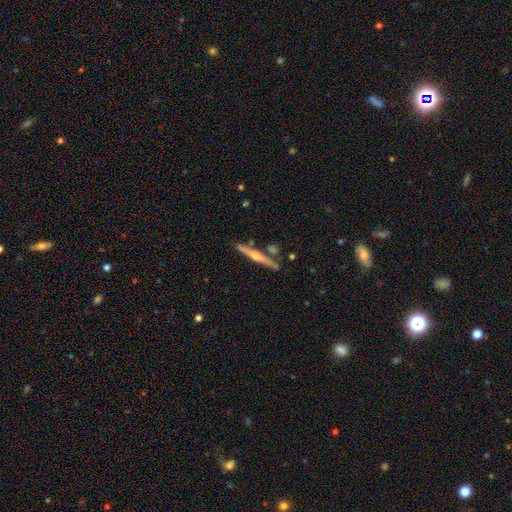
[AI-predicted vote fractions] The model was most divided on "smooth or featured": featured or disk: 73%, smooth: 21%, star or artifact: 6%. More confident: edge-on disk — yes (98%); merging — none (84%); edge-on bulge — rounded (84%).